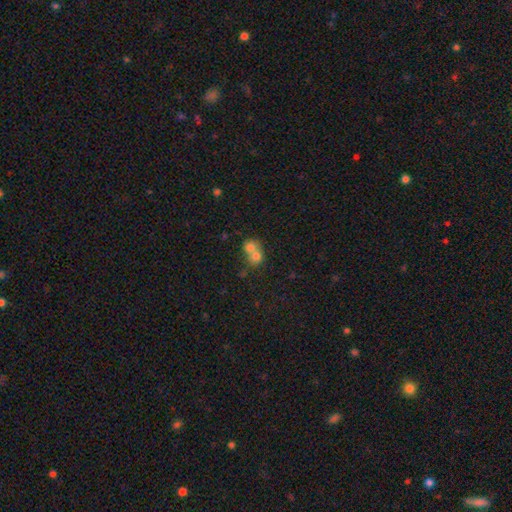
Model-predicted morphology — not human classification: A smooth galaxy with no disk features (73%) that is round (77%). Merging: merger (68%).